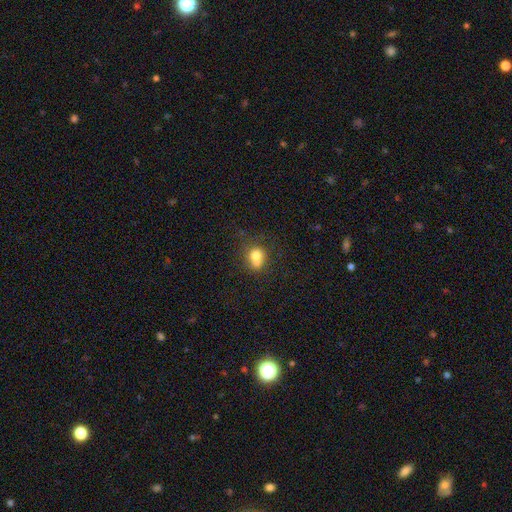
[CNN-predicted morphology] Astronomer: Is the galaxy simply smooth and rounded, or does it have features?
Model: smooth — 74%.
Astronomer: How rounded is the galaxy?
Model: round — 53% (runner-up: in between, 45%).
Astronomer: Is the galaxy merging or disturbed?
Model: none — 46% (runner-up: merger, 22%).